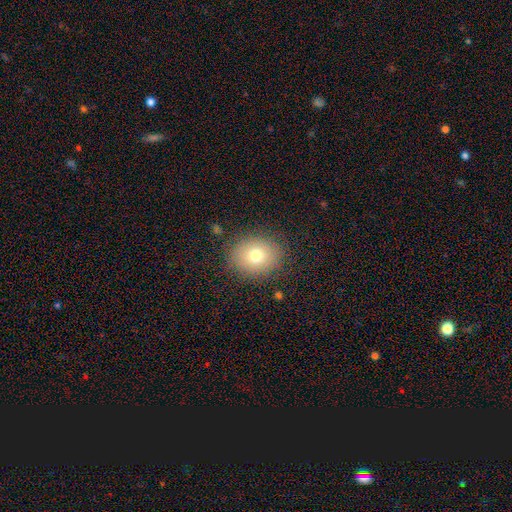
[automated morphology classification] This is likely a smooth galaxy (75%). How rounded: possibly round (56%). Merging: clearly none (85%).